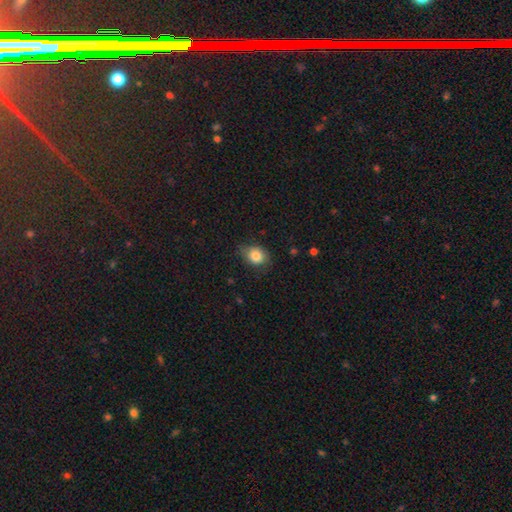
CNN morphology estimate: This appears to be a smooth galaxy with no disk features (83%) that is in between round and cigar-shaped (53%). Merging: none (70%).